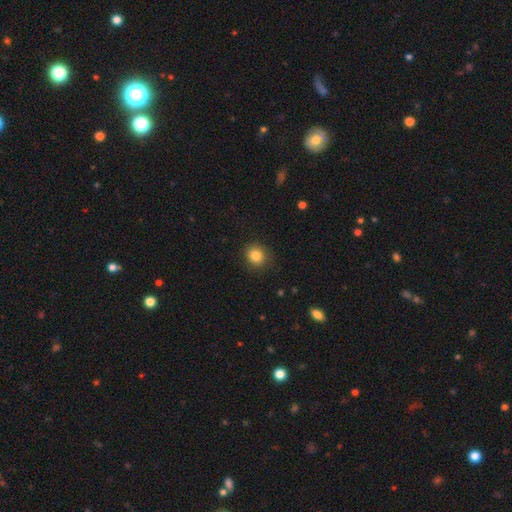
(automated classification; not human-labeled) A smooth galaxy with no disk features (84%) that is round (78%).

Vote fractions:
- Smooth or featured? smooth: 84% / star or artifact: 10% / featured or disk: 6%
- How rounded? round: 78% / in between: 21% / cigar-shaped: 1%
- Merging? none: 88% / minor disturbance: 9% / major disturbance: 2% / merger: 1%